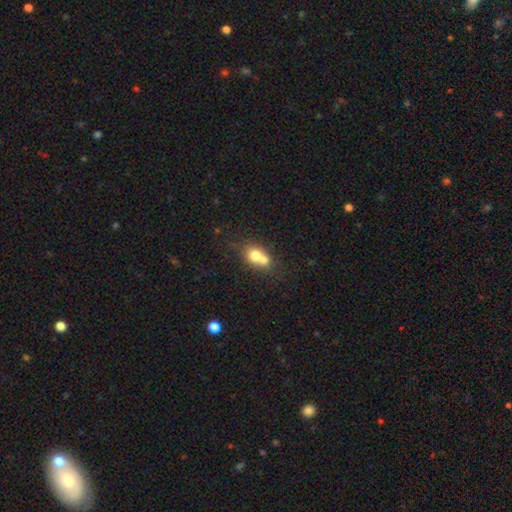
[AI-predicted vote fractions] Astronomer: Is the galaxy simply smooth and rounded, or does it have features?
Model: smooth — 69%.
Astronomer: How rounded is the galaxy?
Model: round — 64%.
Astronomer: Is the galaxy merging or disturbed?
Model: merger — 62%.